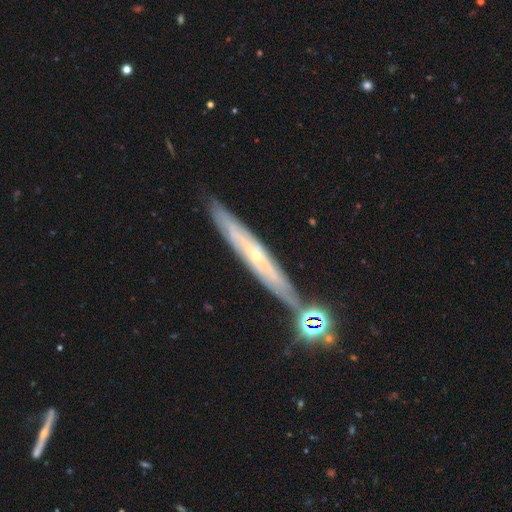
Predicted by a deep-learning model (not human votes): Smooth or featured? featured or disk (71%)
Edge-on disk? yes (76%)
Edge-on bulge? rounded (51%)
Merging? none (81%)